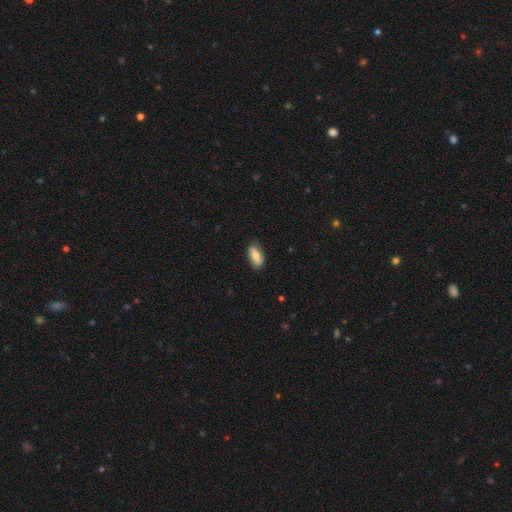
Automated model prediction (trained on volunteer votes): A smooth galaxy with no disk features (68%) that is in between round and cigar-shaped (86%).

Vote fractions:
- Smooth or featured? smooth: 68% / featured or disk: 26% / star or artifact: 6%
- How rounded? in between: 86% / cigar-shaped: 11% / round: 3%
- Merging? none: 82% / minor disturbance: 14% / major disturbance: 3% / merger: 1%